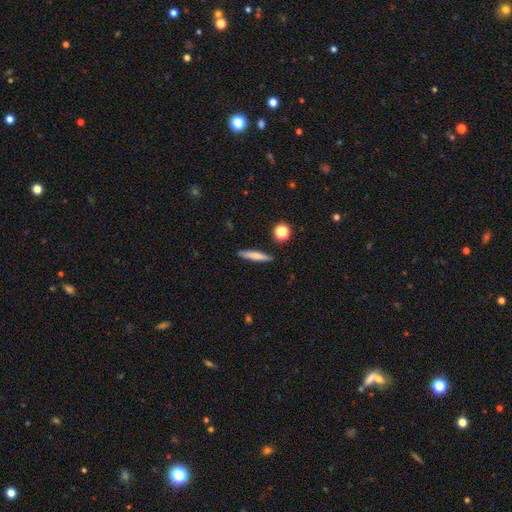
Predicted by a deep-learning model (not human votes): A smooth galaxy with no disk features (69%) that is cigar-shaped (89%). Merging: none (89%).